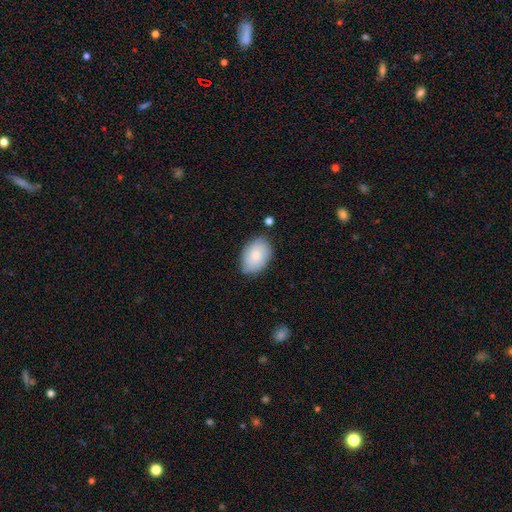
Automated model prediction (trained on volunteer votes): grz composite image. It shows a smooth galaxy with no disk features (72%) that is in between round and cigar-shaped (84%). Merging: none (72%).